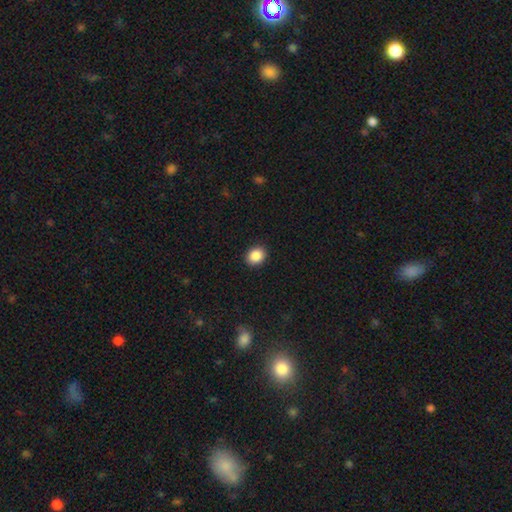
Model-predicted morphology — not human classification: Q: Smooth or featured?
A: smooth (89%); runner-up: star or artifact (9%)
Q: How rounded?
A: round (59%); runner-up: in between (41%)
Q: Merging?
A: none (91%); runner-up: minor disturbance (6%)